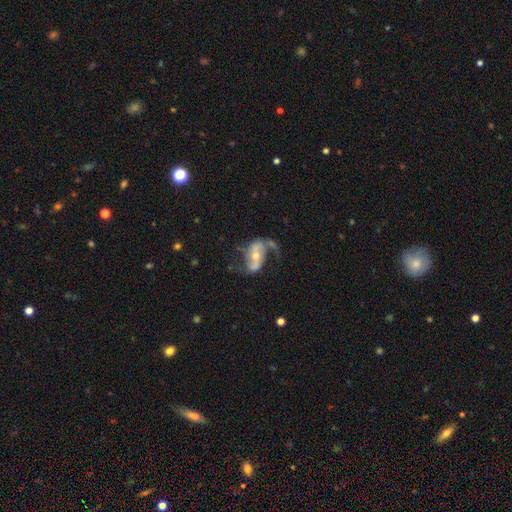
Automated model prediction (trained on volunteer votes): Morphology: type=featured or disk (80%); edge-on=no (95%); bar=strong (37%); spiral arms=yes (88%); winding=loose (62%); arm count=2 (84%); bulge=moderate (60%); merging=none (53%).